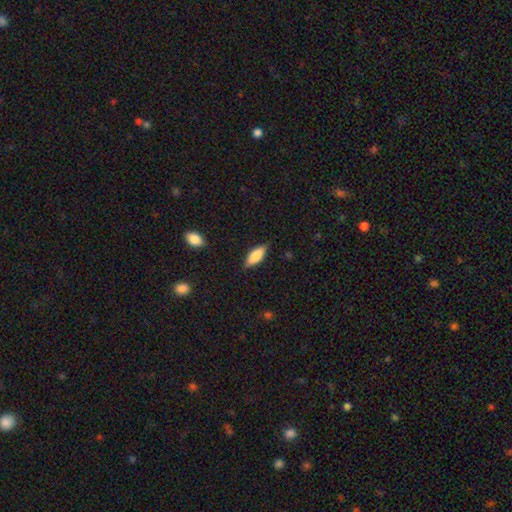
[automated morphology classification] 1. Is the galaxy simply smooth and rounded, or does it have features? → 72% smooth, 21% featured or disk, 7% star or artifact.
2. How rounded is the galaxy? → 63% in between, 34% cigar-shaped, 2% round.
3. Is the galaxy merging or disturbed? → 84% none, 12% minor disturbance, 3% major disturbance, 1% merger.